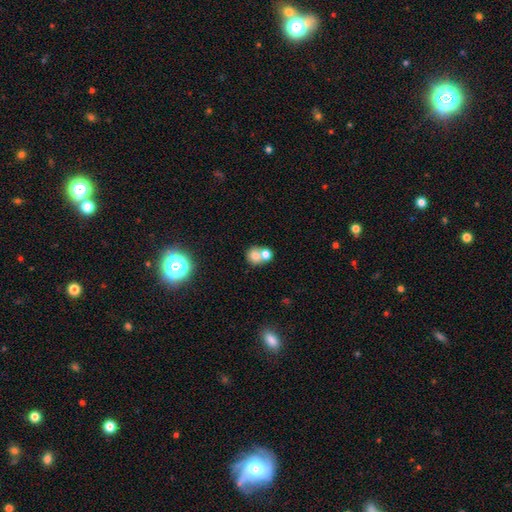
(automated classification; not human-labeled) This is likely a smooth galaxy (71%). How rounded: likely round (75%). Merging: possibly merger (58%).